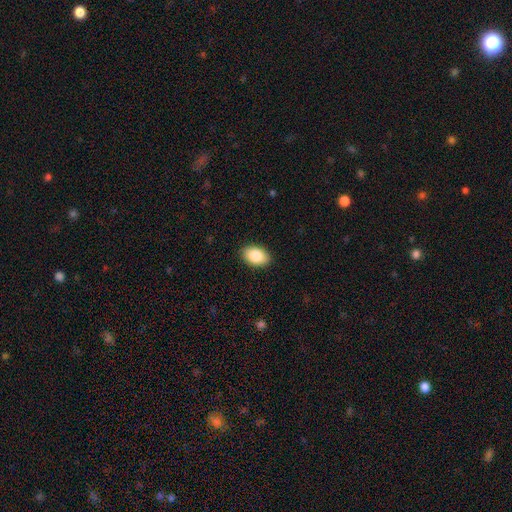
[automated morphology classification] smooth-or-featured: smooth: 85% | featured or disk: 8% | star or artifact: 7%
  how-rounded: in between: 88% | round: 10% | cigar-shaped: 1%
  merging: none: 89% | minor disturbance: 8% | major disturbance: 2% | merger: 1%